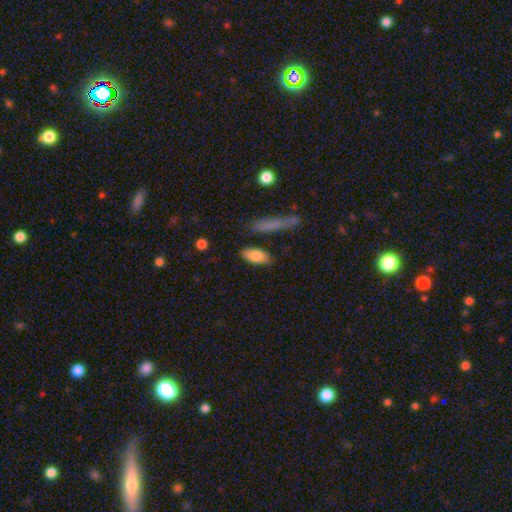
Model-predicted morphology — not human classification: The model was most divided on "merging": none: 79%, minor disturbance: 14%, merger: 4%, major disturbance: 3%. More confident: how rounded — in between (85%); smooth or featured — smooth (82%).